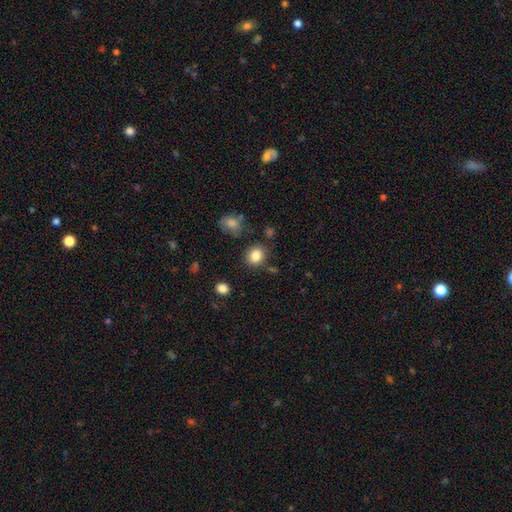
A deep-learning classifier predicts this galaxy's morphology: This is clearly a smooth galaxy (84%). How rounded: likely round (70%). Merging: clearly none (81%).